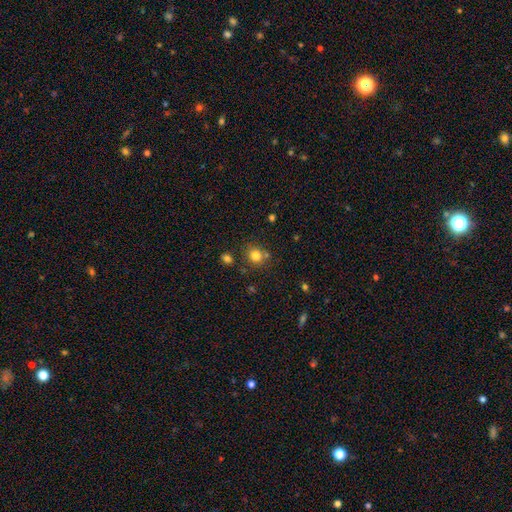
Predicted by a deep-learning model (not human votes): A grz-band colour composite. It shows a smooth galaxy with no disk features (79%) that is round (80%). Merging: none (72%).